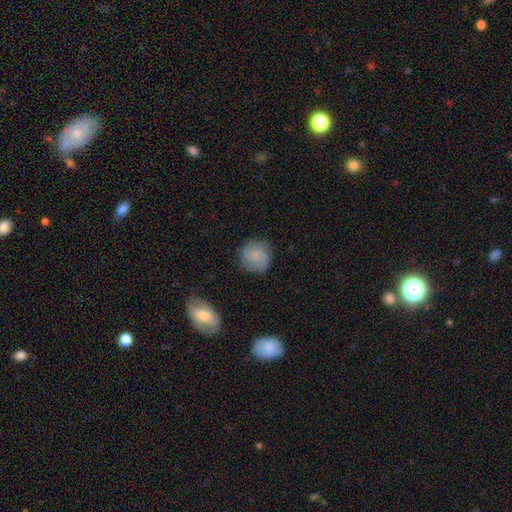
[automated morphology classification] type=smooth (75%); roundness=round (91%); merging=none (79%).